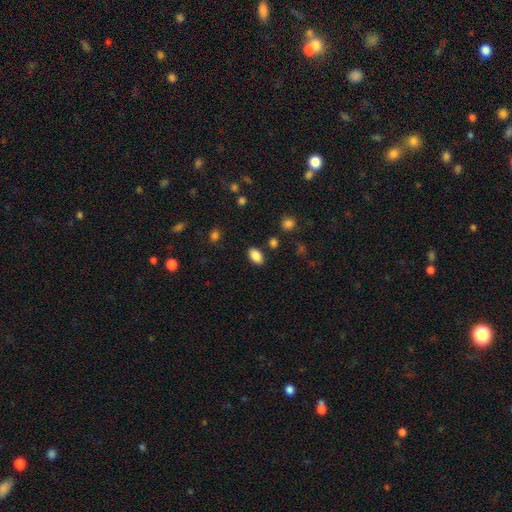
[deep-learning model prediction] Smooth or featured? Predicted: smooth (p=0.87). How rounded? Predicted: in between (p=0.92). Merging? Predicted: none (p=0.86).